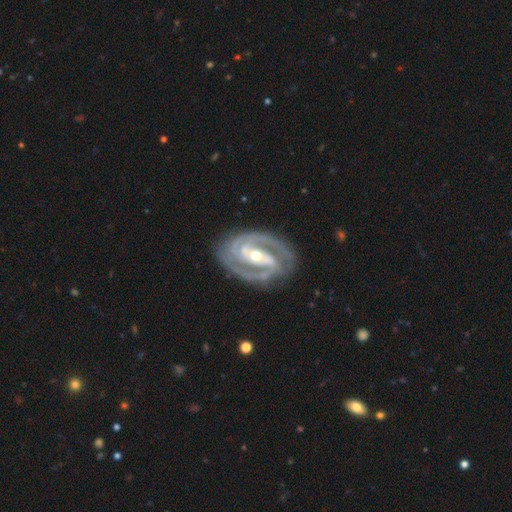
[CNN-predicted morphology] A featured or disk galaxy (92%) with a strong bar (57%), 2 (85%) tight (56%) spiral arms (97%) and a moderate central bulge (60%). Merging: none (82%).